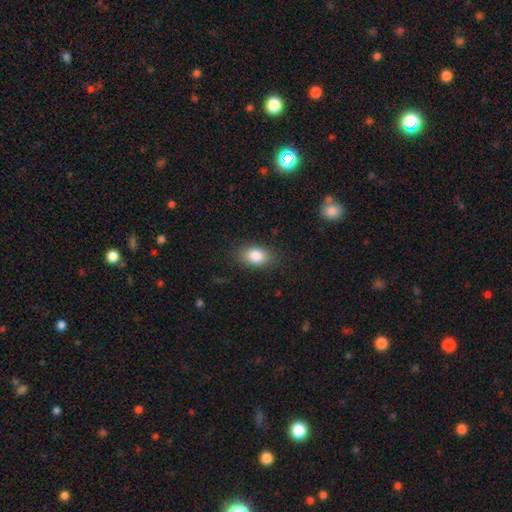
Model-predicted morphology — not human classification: A smooth galaxy with no disk features (85%) that is in between round and cigar-shaped (82%). Merging: none (82%).